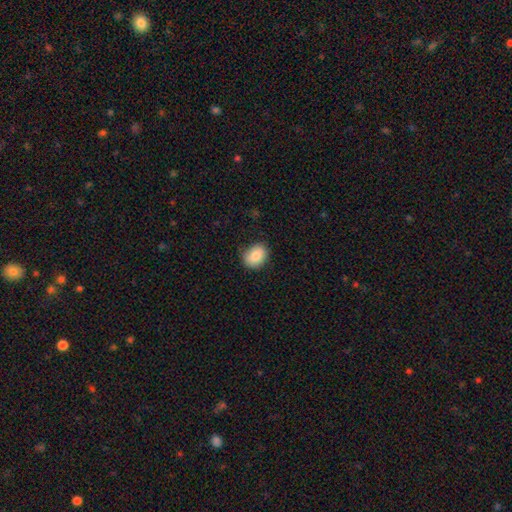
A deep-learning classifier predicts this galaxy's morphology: This is clearly a smooth galaxy (84%). How rounded: possibly in between (57%). Merging: clearly none (82%).